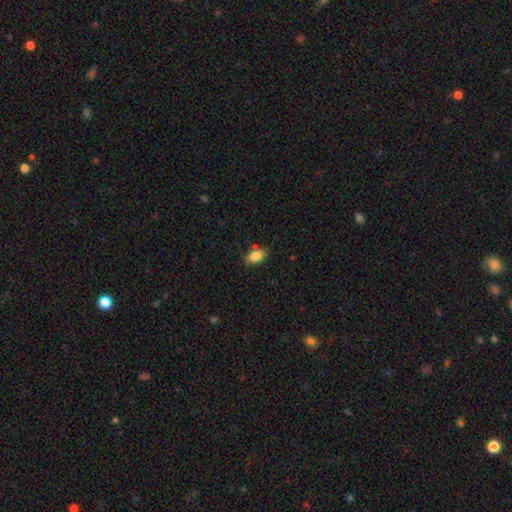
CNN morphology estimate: smooth_or_featured: smooth (p=0.86) [alt: star or artifact p=0.08]
how_rounded: in between (p=0.90) [alt: round p=0.06]
merging: none (p=0.80) [alt: minor disturbance p=0.14]